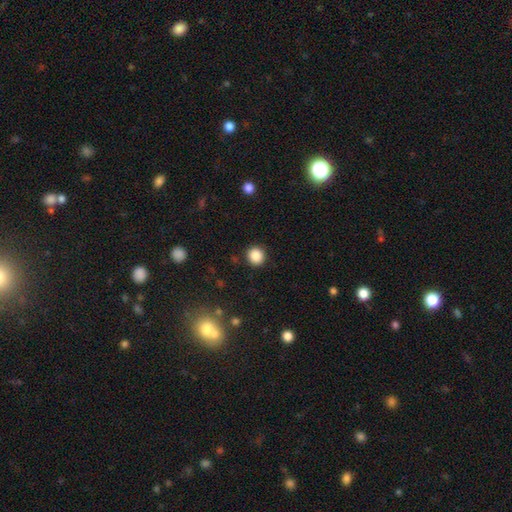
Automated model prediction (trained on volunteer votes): smooth 87%, star or artifact 10%, featured or disk 3%. Down the decision tree: how rounded — round (90%); merging — none (91%).